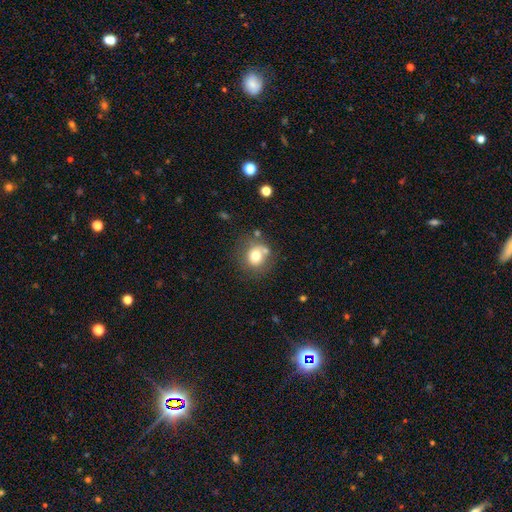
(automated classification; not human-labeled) Smooth or featured? Predicted: smooth (p=0.72). How rounded? Predicted: round (p=0.79). Merging? Predicted: none (p=0.61).